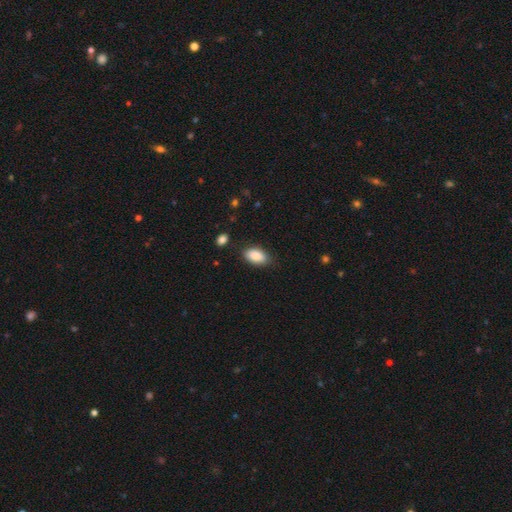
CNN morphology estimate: Overall: smooth (87%). How rounded: in between (93%). Merging: none (81%).